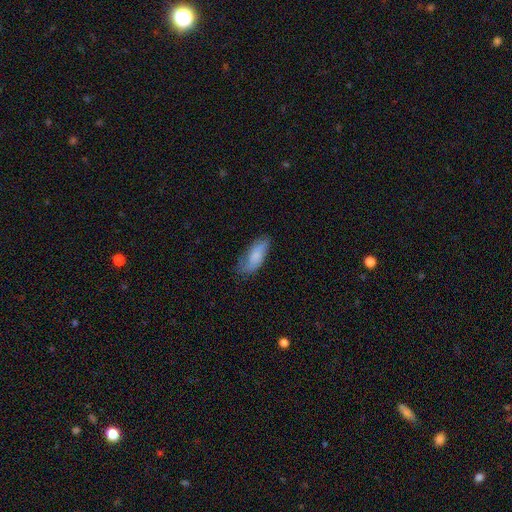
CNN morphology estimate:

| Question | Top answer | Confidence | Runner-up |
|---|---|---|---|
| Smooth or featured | smooth | 71% | featured or disk (23%) |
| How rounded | in between | 78% | cigar-shaped (19%) |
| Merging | none | 62% | minor disturbance (28%) |